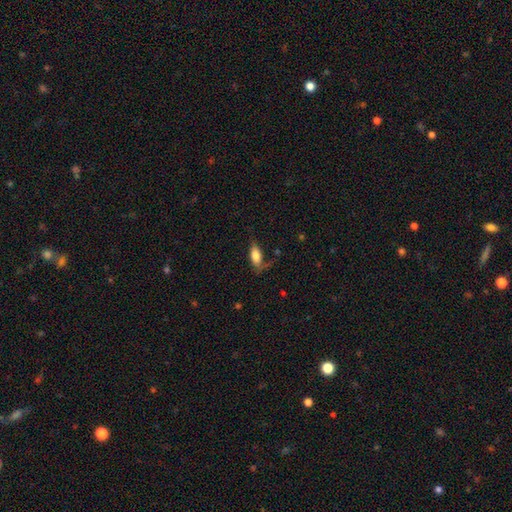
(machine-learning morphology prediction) A smooth galaxy with no disk features (75%) that is in between round and cigar-shaped (80%).

Vote fractions:
- Smooth or featured? smooth: 75% / featured or disk: 17% / star or artifact: 7%
- How rounded? in between: 80% / cigar-shaped: 17% / round: 3%
- Merging? none: 59% / minor disturbance: 25% / major disturbance: 12% / merger: 4%